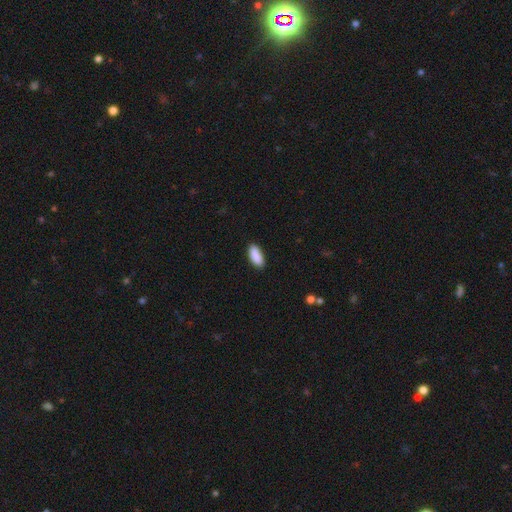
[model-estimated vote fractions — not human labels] A smooth galaxy with no disk features (90%) that is in between round and cigar-shaped (82%). Merging: none (87%).